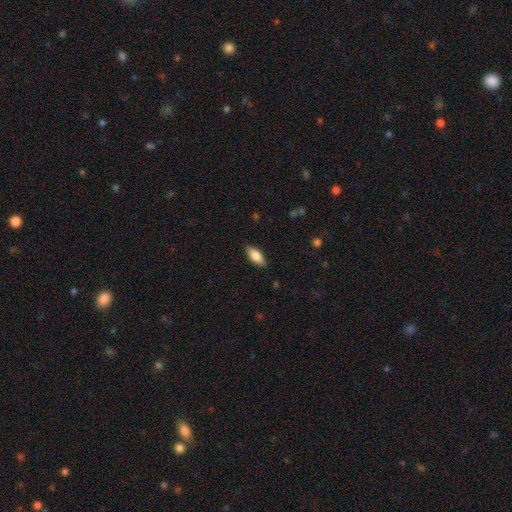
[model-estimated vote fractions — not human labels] smooth 77%, featured or disk 17%, star or artifact 6%. Down the decision tree: how rounded — in between (80%); merging — none (87%).